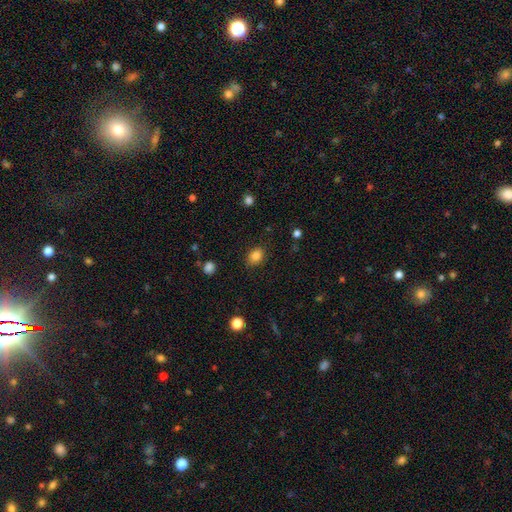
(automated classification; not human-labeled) Morphology: type=smooth (84%); roundness=in between (62%); merging=none (81%).